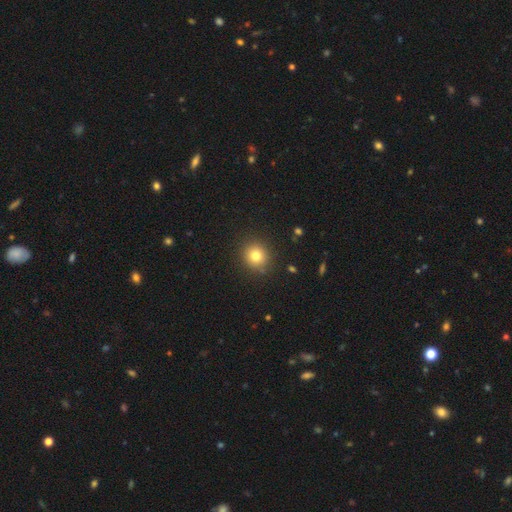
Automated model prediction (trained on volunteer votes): smooth-or-featured: smooth: 79% | star or artifact: 13% | featured or disk: 8%
  how-rounded: round: 90% | in between: 9% | cigar-shaped: 1%
  merging: none: 89% | minor disturbance: 7% | major disturbance: 2% | merger: 1%